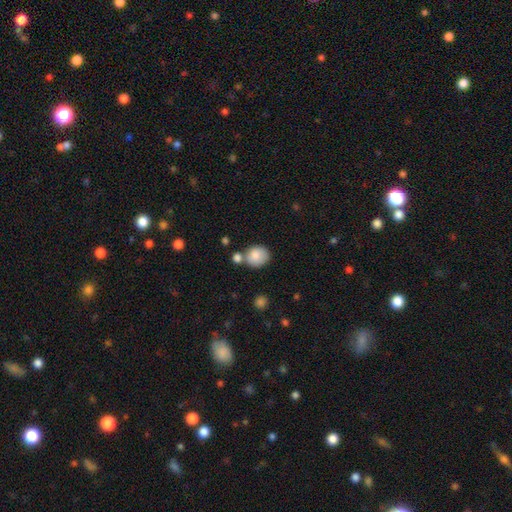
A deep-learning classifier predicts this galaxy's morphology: This appears to be a smooth galaxy with no disk features (84%) that is round (64%). Merging: none (59%).